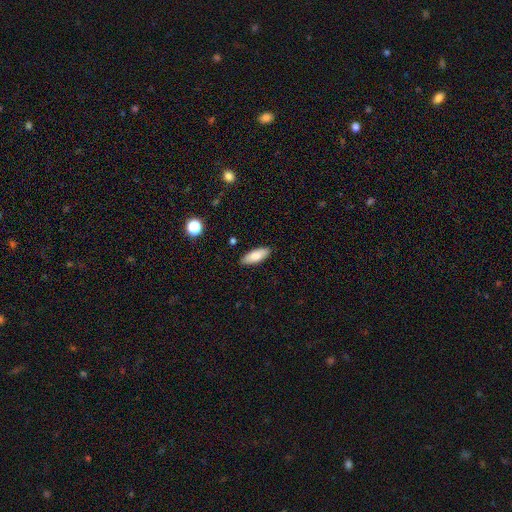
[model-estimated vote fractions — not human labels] Overall: smooth (84%). How rounded: in between (74%). Merging: none (88%).